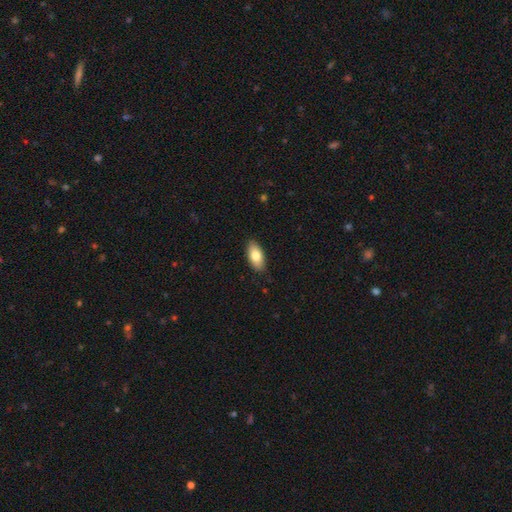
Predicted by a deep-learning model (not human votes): The model was most divided on "smooth or featured": smooth: 80%, featured or disk: 14%, star or artifact: 6%. More confident: how rounded — in between (92%); merging — none (88%).